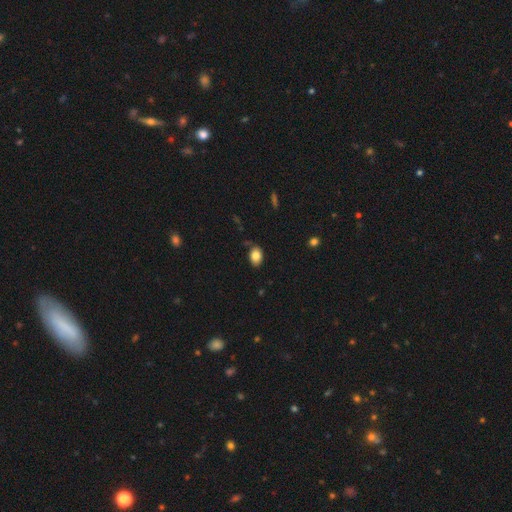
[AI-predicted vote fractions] The model was most divided on "merging": none: 77%, minor disturbance: 17%, major disturbance: 3%, merger: 2%. More confident: smooth or featured — smooth (84%); how rounded — in between (81%).